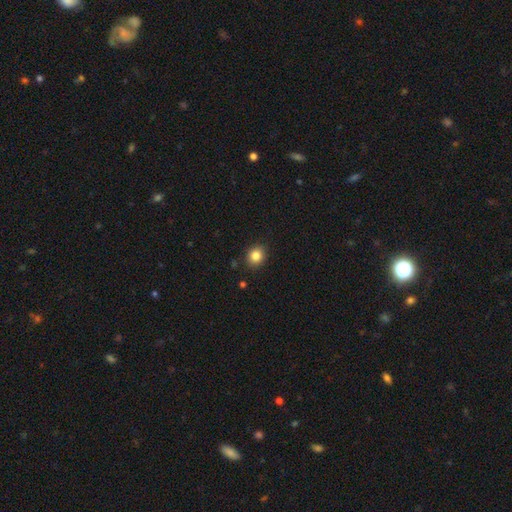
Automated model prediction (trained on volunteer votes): A smooth galaxy with no disk features (84%) that is round (78%). Merging: none (89%).